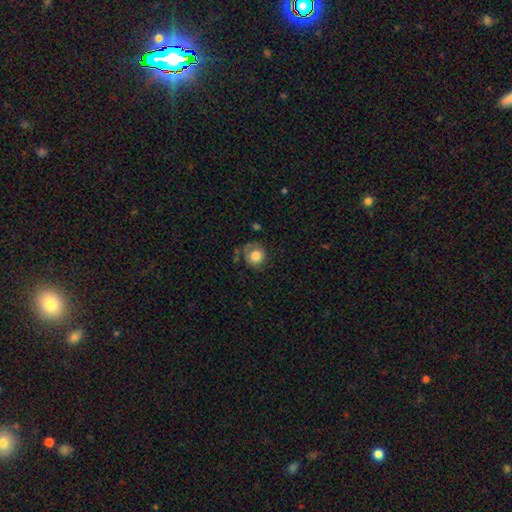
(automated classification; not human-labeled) Smooth or featured?
  - smooth: 77% *
  - featured or disk: 14%
  - star or artifact: 9%
How rounded?
  - round: 85% *
  - in between: 14%
  - cigar-shaped: 1%
Merging?
  - none: 61% *
  - minor disturbance: 24%
  - major disturbance: 11%
  - merger: 4%